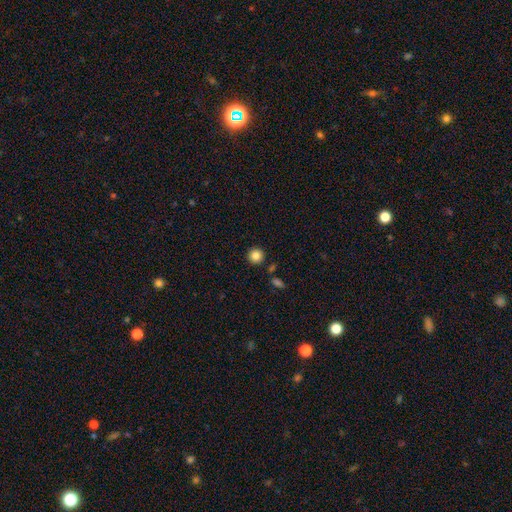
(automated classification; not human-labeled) The model was most divided on "smooth or featured": smooth: 85%, star or artifact: 10%, featured or disk: 5%. More confident: how rounded — round (94%); merging — none (89%).